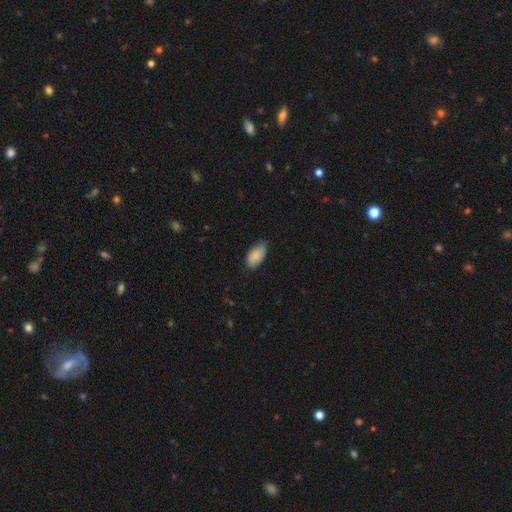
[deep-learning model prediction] smooth 86%, featured or disk 8%, star or artifact 6%. Down the decision tree: how rounded — in between (95%); merging — none (72%).